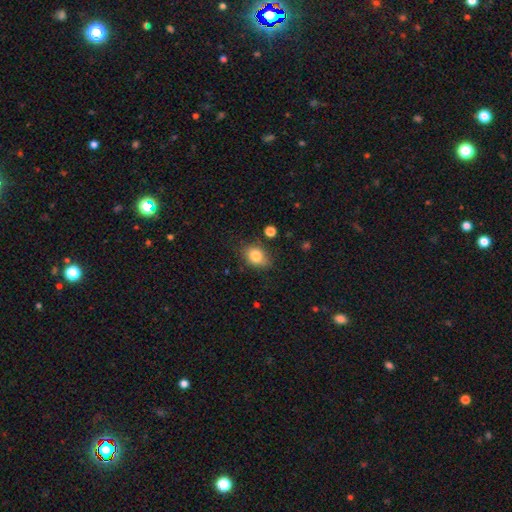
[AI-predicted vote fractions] This appears to be a smooth galaxy with no disk features (82%) that is in between round and cigar-shaped (70%). Merging: none (73%).